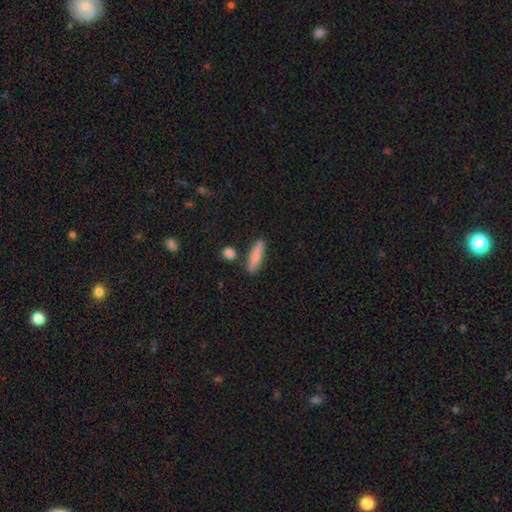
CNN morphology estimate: Smooth or featured?
  - smooth: 80% *
  - featured or disk: 14%
  - star or artifact: 6%
How rounded?
  - cigar-shaped: 75% *
  - in between: 22%
  - round: 3%
Merging?
  - none: 81% *
  - minor disturbance: 11%
  - merger: 5%
  - major disturbance: 3%